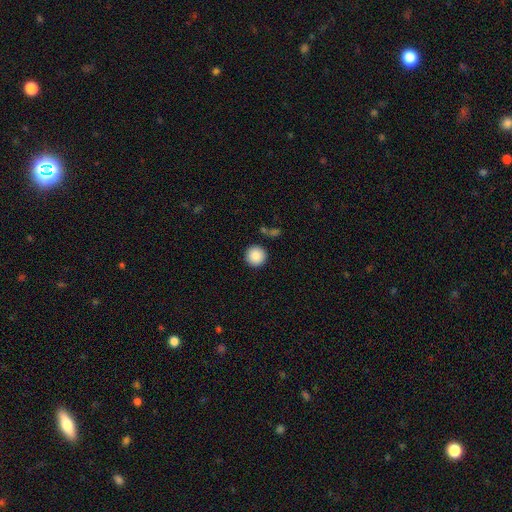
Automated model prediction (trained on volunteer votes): smooth 88%, star or artifact 8%, featured or disk 4%. Down the decision tree: how rounded — round (96%); merging — none (89%).